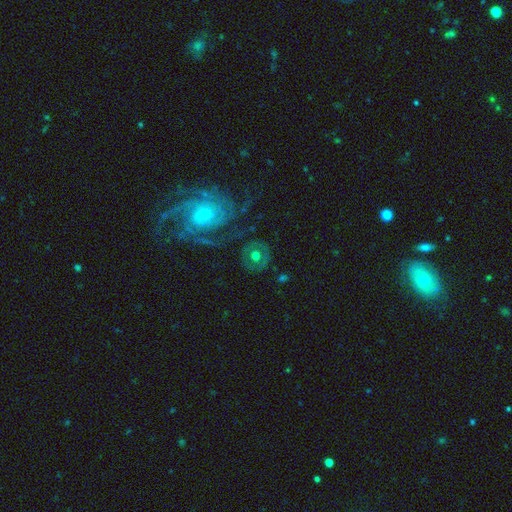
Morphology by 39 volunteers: Q: Smooth or featured?
A: smooth (51%); runner-up: featured or disk (44%)
Q: How rounded?
A: round (95%); runner-up: in between (5%)
Q: Merging?
A: none (86%); runner-up: minor disturbance (11%)